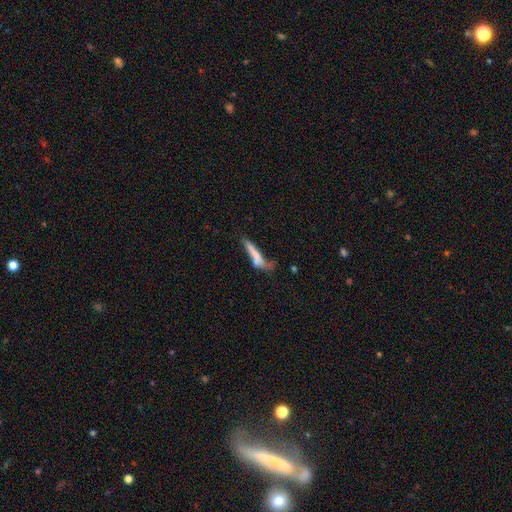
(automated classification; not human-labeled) Q: Smooth or featured?
A: smooth (62%); runner-up: featured or disk (28%)
Q: How rounded?
A: cigar-shaped (84%); runner-up: in between (14%)
Q: Merging?
A: none (35%); runner-up: major disturbance (23%)